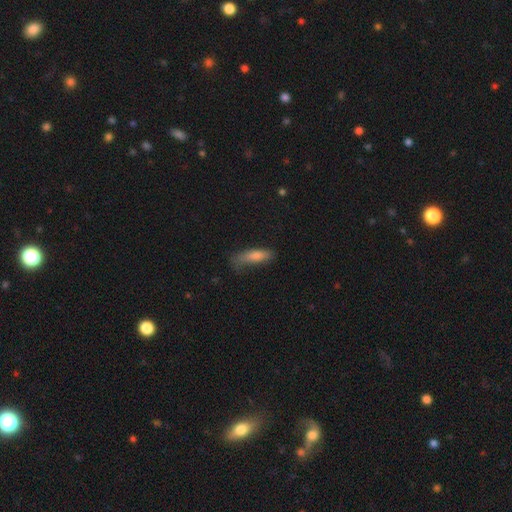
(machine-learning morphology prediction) Smooth or featured? smooth (74%)
How rounded? cigar-shaped (65%)
Merging? none (53%)